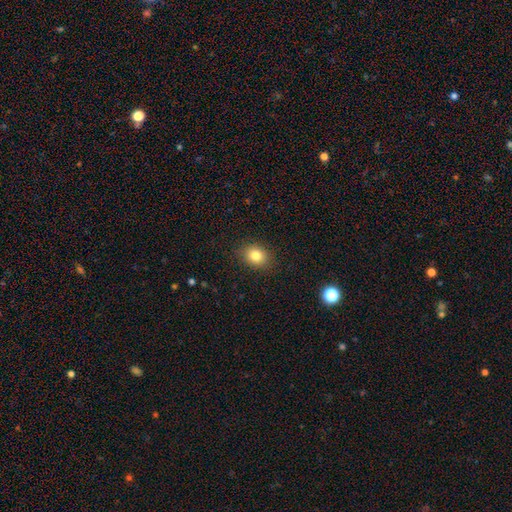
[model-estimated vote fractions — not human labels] smooth 81%, star or artifact 11%, featured or disk 8%. Down the decision tree: how rounded — round (53%); merging — none (87%).